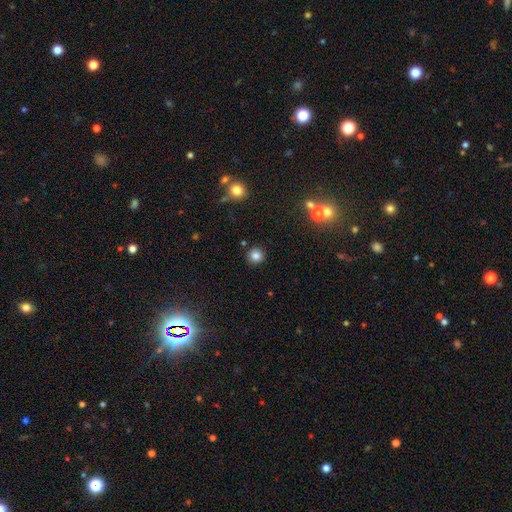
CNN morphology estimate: A smooth galaxy with no disk features (83%) that is round (93%). Merging: none (89%).